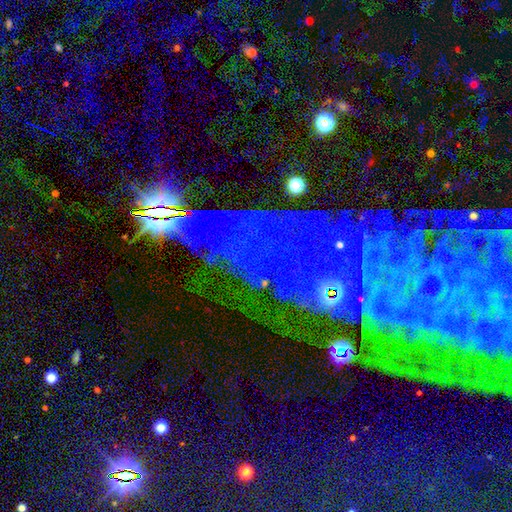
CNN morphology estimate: Q: Smooth or featured?
A: star or artifact (63%); runner-up: featured or disk (23%)